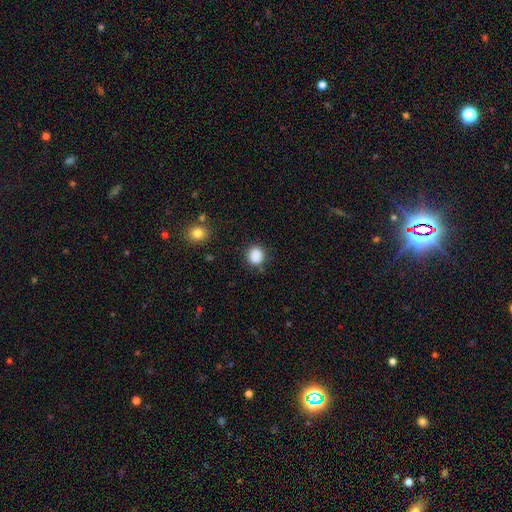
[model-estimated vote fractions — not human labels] A smooth galaxy with no disk features (87%) that is round (78%). Merging: none (79%).